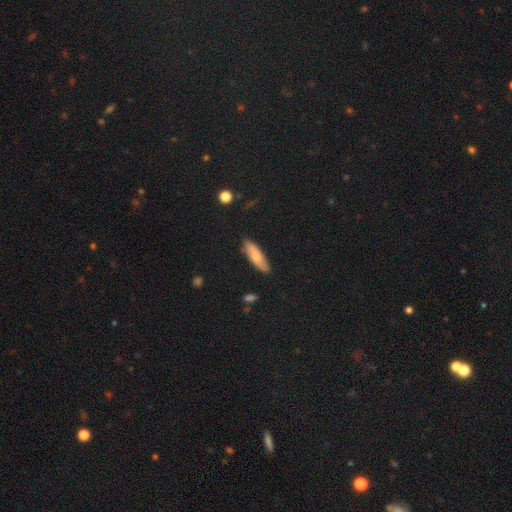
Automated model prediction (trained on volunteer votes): A smooth galaxy with no disk features (68%) that is cigar-shaped (54%). Merging: none (84%).